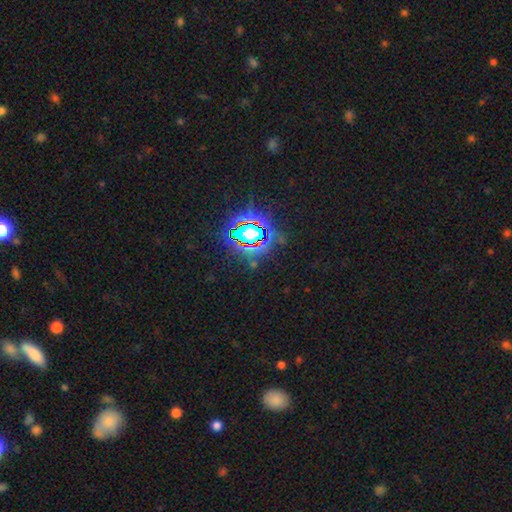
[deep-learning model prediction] This is clearly a star or artifact rather than a galaxy (82%).